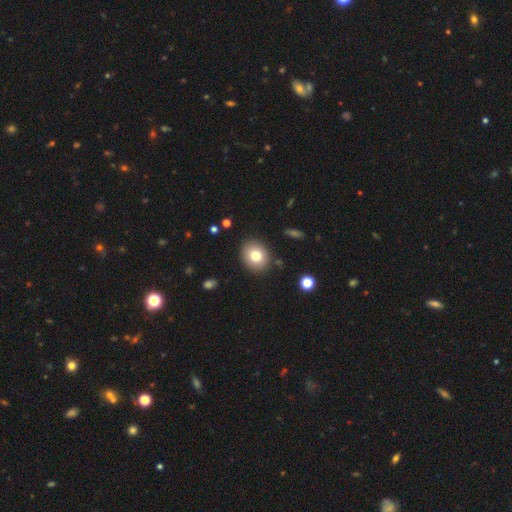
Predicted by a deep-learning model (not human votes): Smooth or featured? smooth (78%)
How rounded? round (65%)
Merging? none (87%)